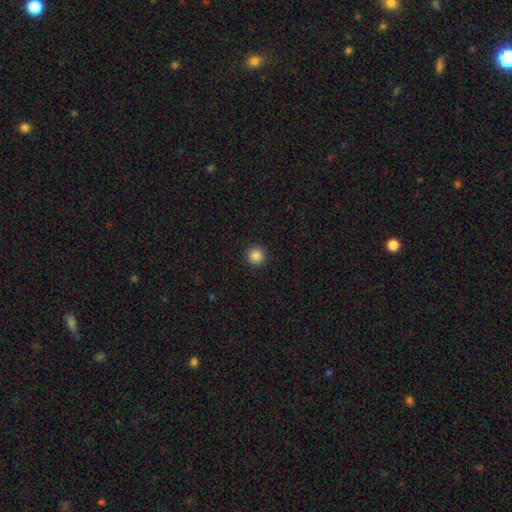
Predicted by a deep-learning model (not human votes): Smooth or featured: smooth — 87% (star or artifact — 11%)
How rounded: round — 95% (in between — 4%)
Merging: none — 92% (minor disturbance — 5%)